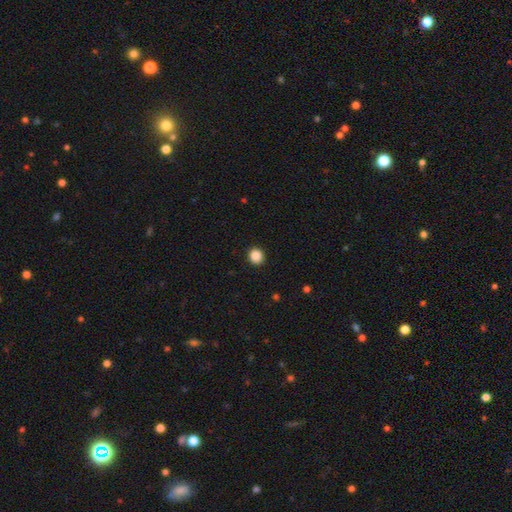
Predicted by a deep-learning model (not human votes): Smooth or featured: smooth — 88% (star or artifact — 9%)
How rounded: round — 84% (in between — 15%)
Merging: none — 92% (minor disturbance — 5%)